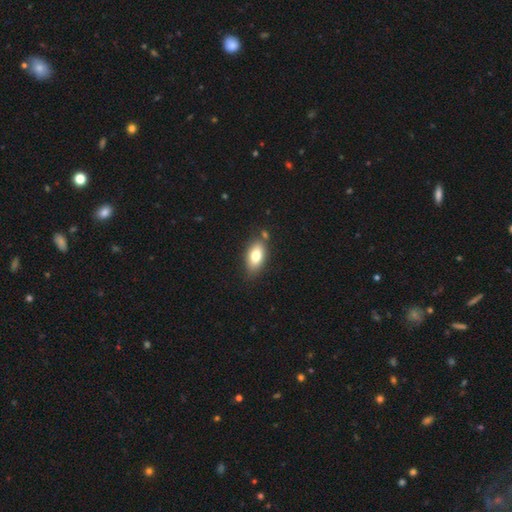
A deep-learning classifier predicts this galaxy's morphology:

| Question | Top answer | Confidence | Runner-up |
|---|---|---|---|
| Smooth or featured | smooth | 76% | featured or disk (16%) |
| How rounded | in between | 89% | round (6%) |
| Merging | none | 75% | minor disturbance (14%) |